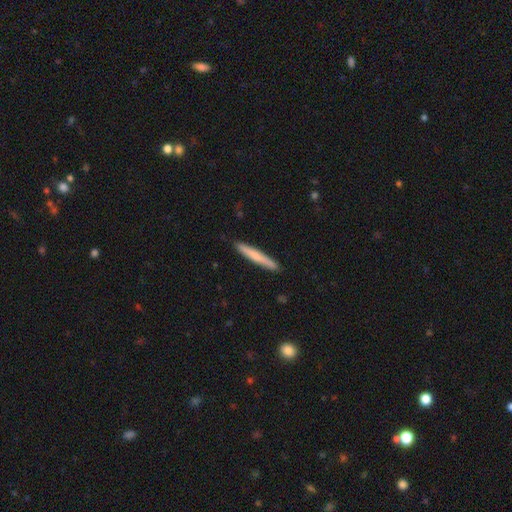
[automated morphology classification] A smooth galaxy with no disk features (67%) that is cigar-shaped (96%).

Vote fractions:
- Smooth or featured? smooth: 67% / featured or disk: 28% / star or artifact: 5%
- How rounded? cigar-shaped: 96% / in between: 3% / round: 1%
- Merging? none: 91% / minor disturbance: 7% / major disturbance: 1% / merger: 1%